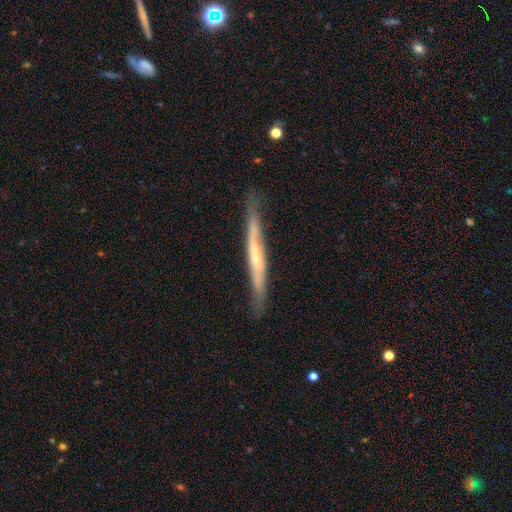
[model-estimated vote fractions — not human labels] A featured or disk galaxy (63%) viewed edge-on (88%) with no central bulge (60%).

Vote fractions:
- Smooth or featured? featured or disk: 63% / smooth: 31% / star or artifact: 6%
- Edge-on disk? yes: 88% / no: 12%
- Edge-on bulge? none: 60% / rounded: 28% / boxy: 12%
- Merging? none: 77% / minor disturbance: 18% / major disturbance: 4% / merger: 2%